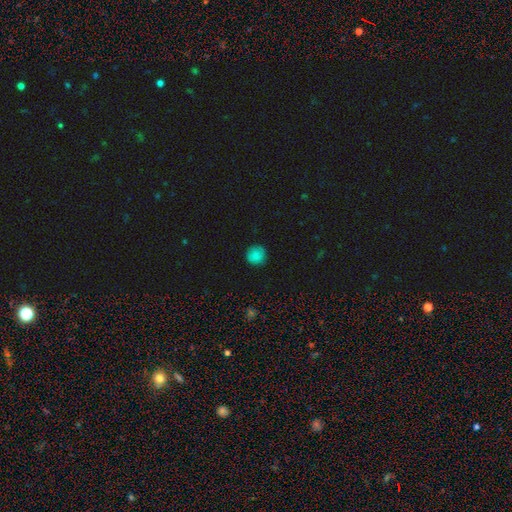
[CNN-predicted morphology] This appears to be a smooth galaxy with no disk features (84%) that is round (93%). Merging: none (87%).